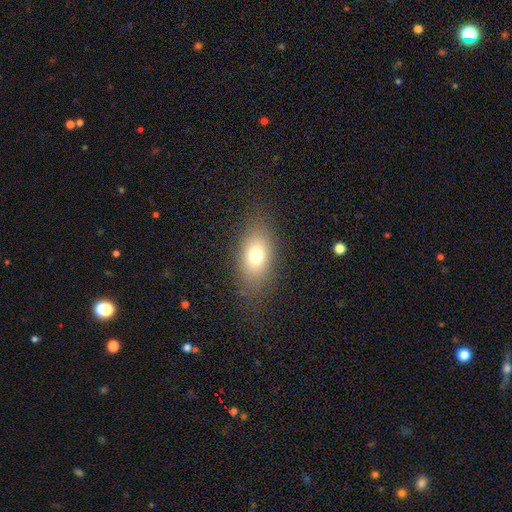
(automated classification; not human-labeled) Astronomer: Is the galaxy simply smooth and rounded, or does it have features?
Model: smooth — 74%.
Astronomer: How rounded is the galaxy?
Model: in between — 83%.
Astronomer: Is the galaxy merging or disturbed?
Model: none — 80%.